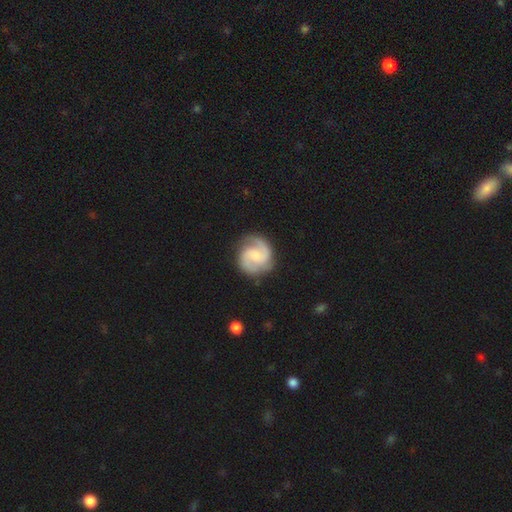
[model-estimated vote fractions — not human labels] A featured or disk galaxy (86%) with a weak bar (45%), 2 (92%) medium (54%) spiral arms (98%) and a small central bulge (34%). Merging: none (83%).